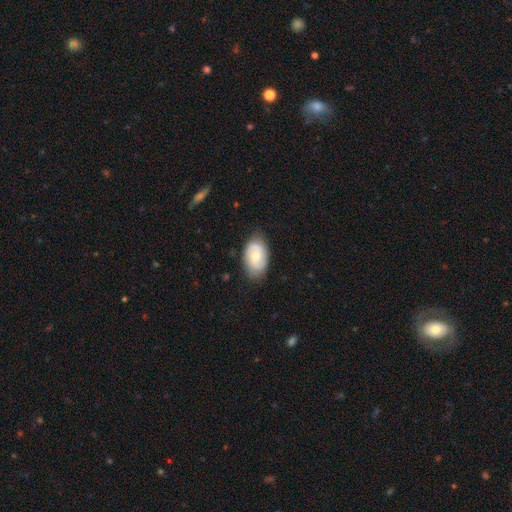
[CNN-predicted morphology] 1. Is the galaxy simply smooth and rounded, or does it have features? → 57% featured or disk, 37% smooth, 6% star or artifact.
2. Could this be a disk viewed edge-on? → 95% no, 5% yes.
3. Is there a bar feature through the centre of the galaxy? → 64% no, 31% weak, 5% strong.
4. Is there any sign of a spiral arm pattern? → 82% yes, 18% no.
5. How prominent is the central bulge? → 57% moderate, 36% small, 3% large, 2% none, 1% dominant.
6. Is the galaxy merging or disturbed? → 78% none, 17% minor disturbance, 4% major disturbance, 1% merger.